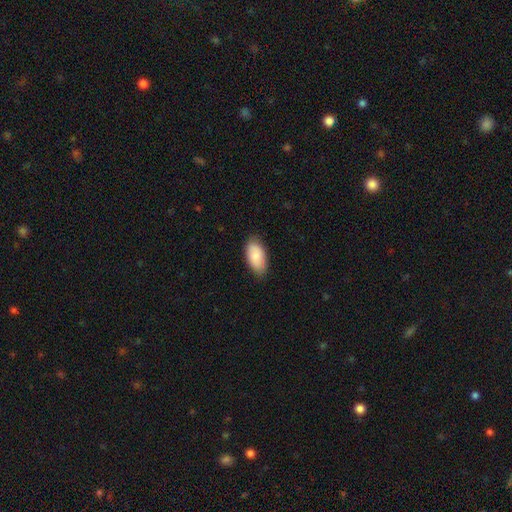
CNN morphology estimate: smooth-or-featured: smooth: 84% | featured or disk: 10% | star or artifact: 6%
  how-rounded: in between: 95% | cigar-shaped: 3% | round: 3%
  merging: none: 83% | minor disturbance: 14% | major disturbance: 2% | merger: 1%